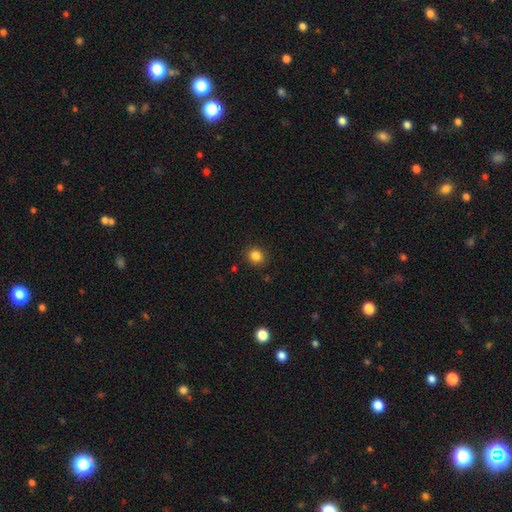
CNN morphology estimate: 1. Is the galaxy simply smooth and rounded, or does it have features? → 85% smooth, 11% star or artifact, 4% featured or disk.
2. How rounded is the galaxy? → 83% round, 16% in between, 1% cigar-shaped.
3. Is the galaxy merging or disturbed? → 89% none, 7% minor disturbance, 2% major disturbance, 1% merger.